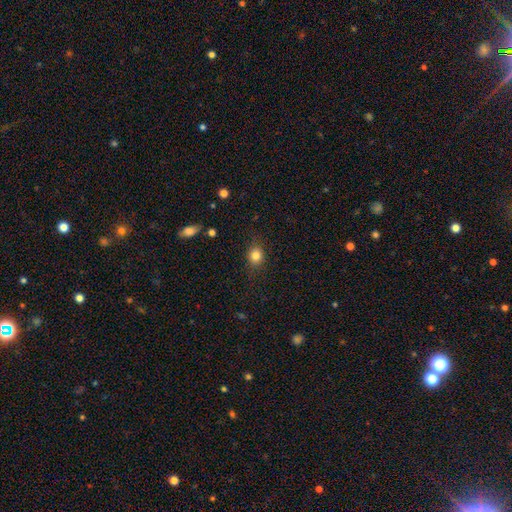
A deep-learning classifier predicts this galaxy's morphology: Q: Smooth or featured?
A: smooth (82%); runner-up: star or artifact (11%)
Q: How rounded?
A: round (66%); runner-up: in between (32%)
Q: Merging?
A: none (80%); runner-up: minor disturbance (14%)